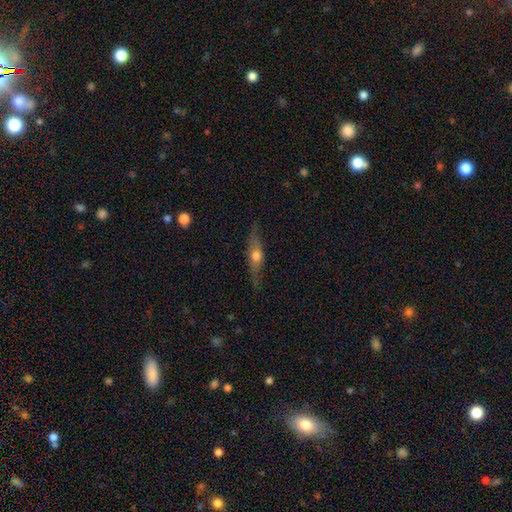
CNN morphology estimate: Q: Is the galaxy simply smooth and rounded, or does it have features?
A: featured or disk — 51%.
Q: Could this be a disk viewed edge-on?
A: yes — 85%.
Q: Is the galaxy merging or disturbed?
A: none — 78%.